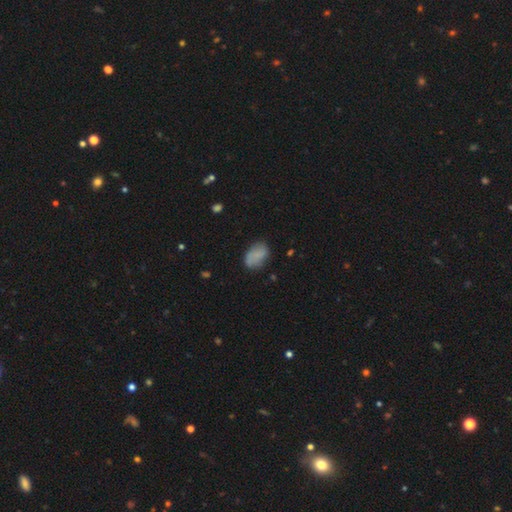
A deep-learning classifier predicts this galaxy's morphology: smooth 70%, featured or disk 21%, star or artifact 8%. Down the decision tree: how rounded — in between (86%); merging — none (68%).